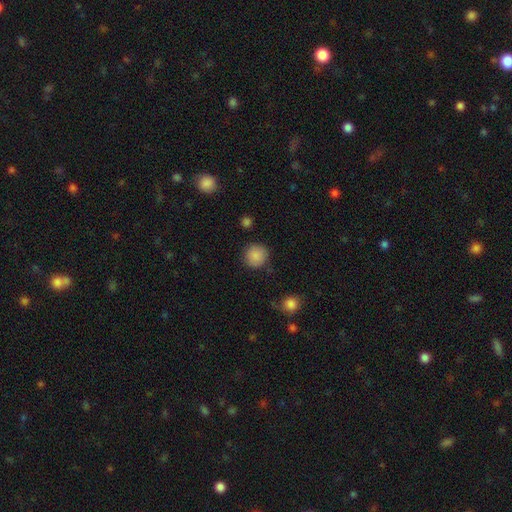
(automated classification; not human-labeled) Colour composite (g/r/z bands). It shows a smooth galaxy with no disk features (88%) that is round (93%). Merging: none (85%).